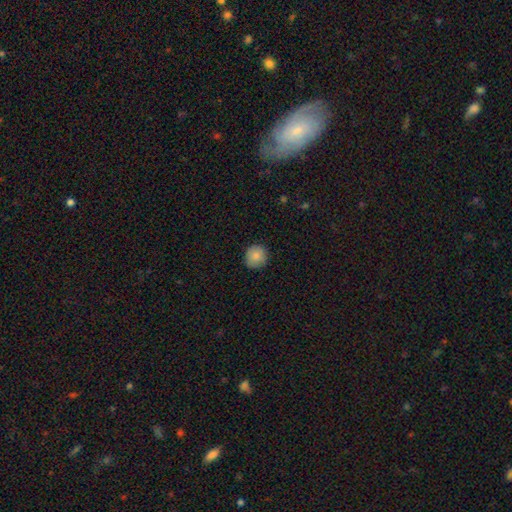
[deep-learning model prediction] smooth-or-featured: smooth: 85% | star or artifact: 8% | featured or disk: 7%
  how-rounded: round: 91% | in between: 8% | cigar-shaped: 1%
  merging: none: 86% | minor disturbance: 11% | major disturbance: 2% | merger: 1%